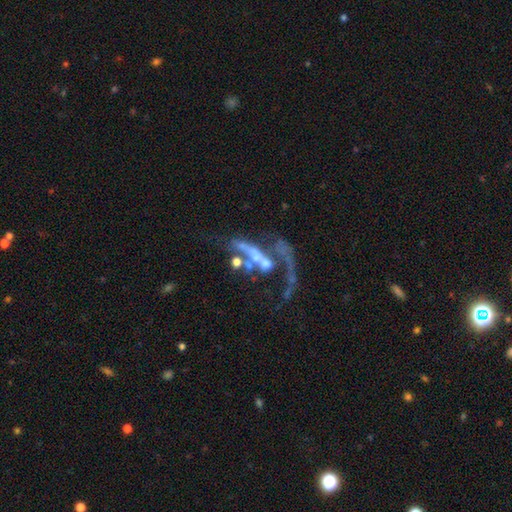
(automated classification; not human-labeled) The model was most divided on "merging": merger: 39%, major disturbance: 35%, none: 17%, minor disturbance: 9%. Remaining: edge-on disk — no (88%); bar — no (77%); spiral arms — no (72%); smooth or featured — featured or disk (62%); bulge size — none (46%).